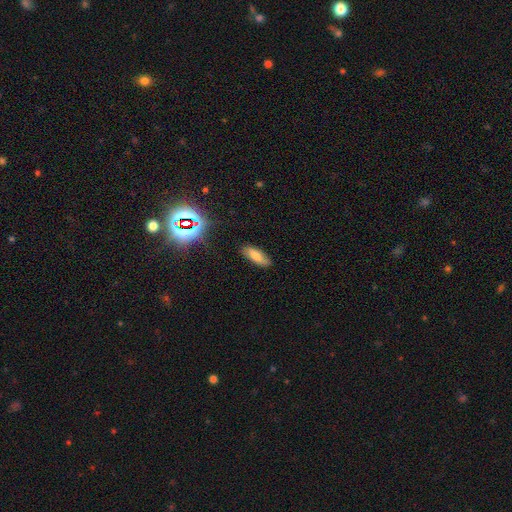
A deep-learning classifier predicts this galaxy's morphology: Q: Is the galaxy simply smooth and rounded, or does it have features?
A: smooth — 77%.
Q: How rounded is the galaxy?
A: in between — 68%.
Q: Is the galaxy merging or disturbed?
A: none — 84%.